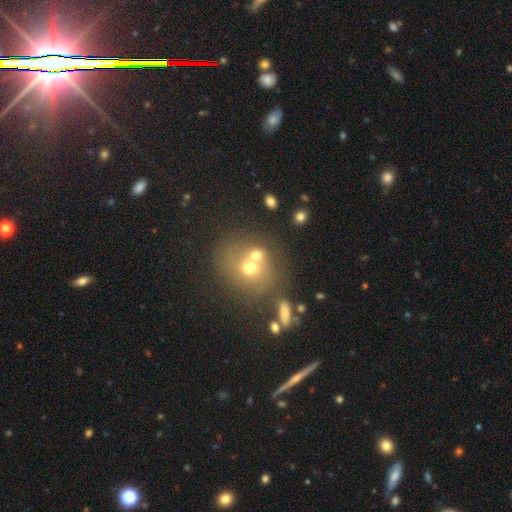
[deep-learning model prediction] smooth 60%, featured or disk 24%, star or artifact 16%. Down the decision tree: how rounded — round (71%); merging — merger (51%).